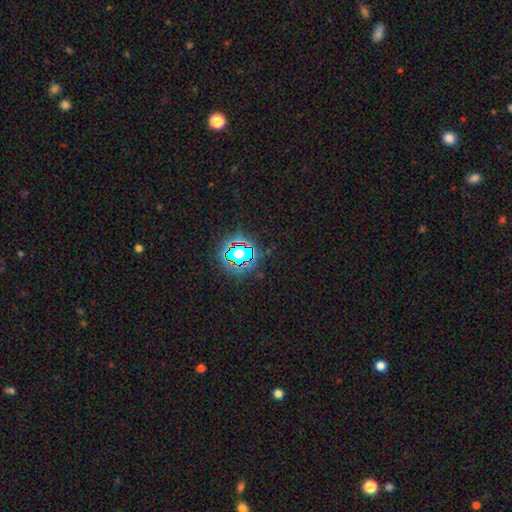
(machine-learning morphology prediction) This appears to be a star or artifact, not a galaxy (79%).